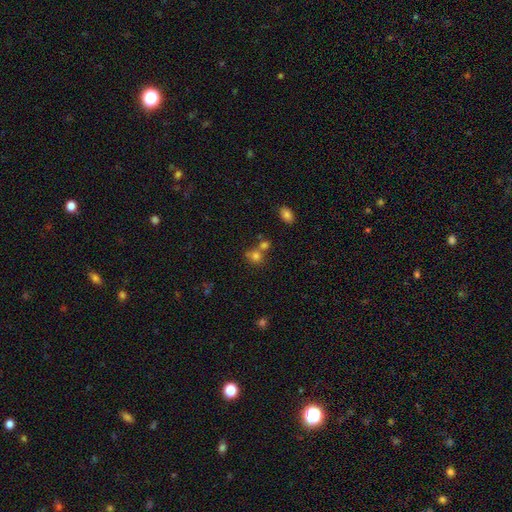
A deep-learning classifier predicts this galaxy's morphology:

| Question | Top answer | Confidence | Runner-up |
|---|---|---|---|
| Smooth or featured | smooth | 75% | star or artifact (15%) |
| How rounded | round | 77% | in between (22%) |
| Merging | none | 47% | merger (40%) |